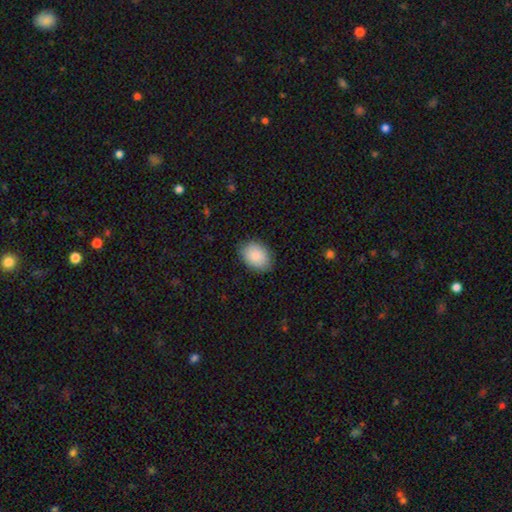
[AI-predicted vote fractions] Q: Smooth or featured?
A: smooth (89%); runner-up: star or artifact (6%)
Q: How rounded?
A: in between (78%); runner-up: round (21%)
Q: Merging?
A: none (85%); runner-up: minor disturbance (11%)